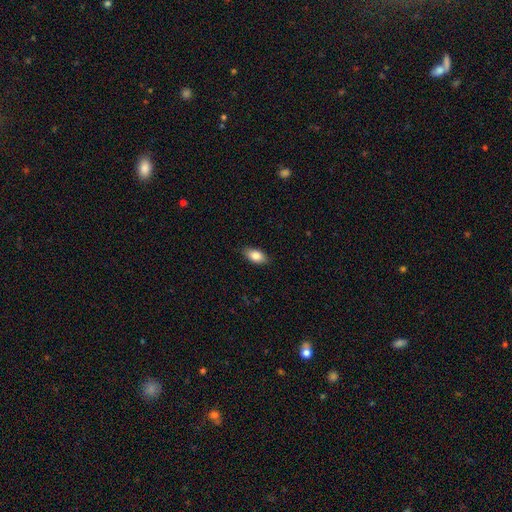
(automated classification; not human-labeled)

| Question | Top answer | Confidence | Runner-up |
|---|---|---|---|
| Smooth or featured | smooth | 83% | featured or disk (10%) |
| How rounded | in between | 90% | cigar-shaped (6%) |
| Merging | none | 86% | minor disturbance (11%) |